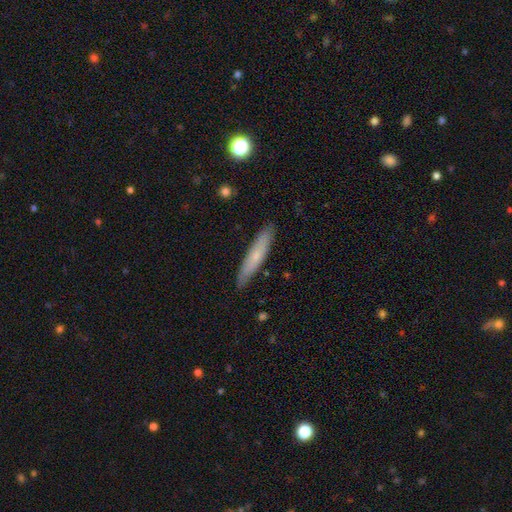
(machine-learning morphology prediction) smooth_or_featured: smooth (p=0.62) [alt: featured or disk p=0.32]
how_rounded: cigar-shaped (p=0.90) [alt: in between p=0.08]
merging: none (p=0.87) [alt: minor disturbance p=0.10]